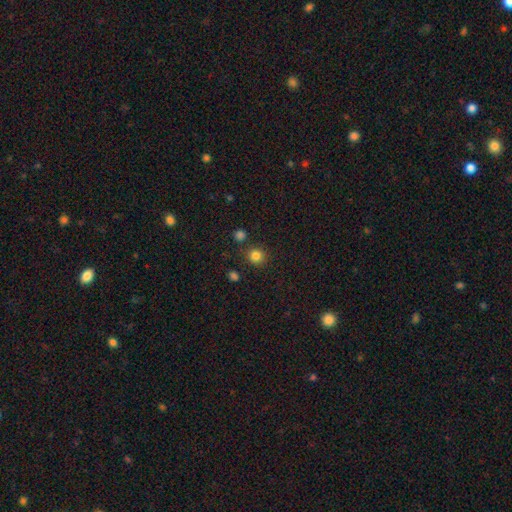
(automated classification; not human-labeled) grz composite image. It shows a smooth galaxy with no disk features (82%) that is round (91%). Merging: none (84%).